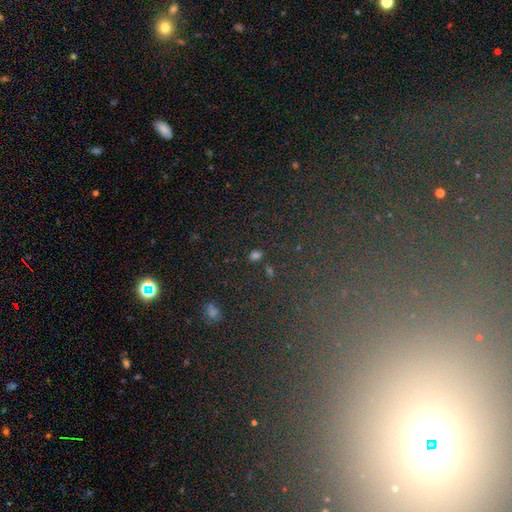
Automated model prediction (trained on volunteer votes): Smooth or featured? Predicted: smooth (p=0.56). How rounded? Predicted: in between (p=0.57). Merging? Predicted: none (p=0.78).